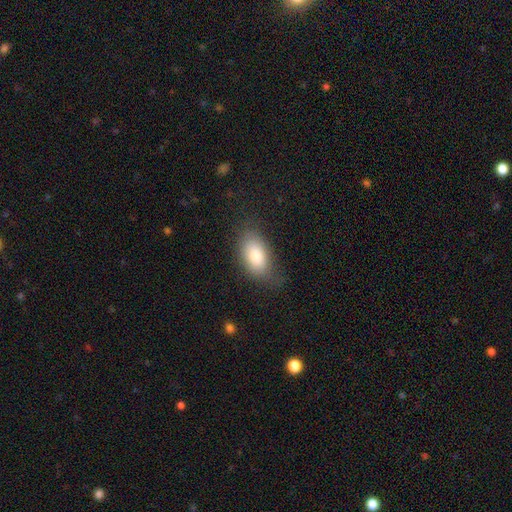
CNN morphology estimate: Q: Smooth or featured?
A: smooth (80%); runner-up: featured or disk (12%)
Q: How rounded?
A: in between (91%); runner-up: round (6%)
Q: Merging?
A: none (70%); runner-up: minor disturbance (22%)